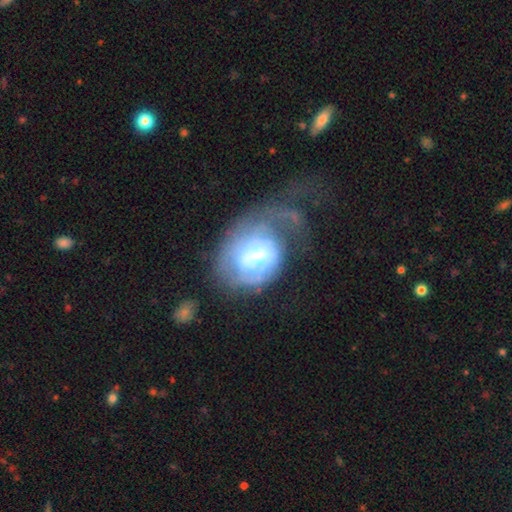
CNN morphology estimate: featured or disk 64%, smooth 29%, star or artifact 7%. Down the decision tree: edge-on disk — no (97%); bar — weak (45%); spiral arms — yes (64%); bulge size — moderate (48%); merging — major disturbance (54%).